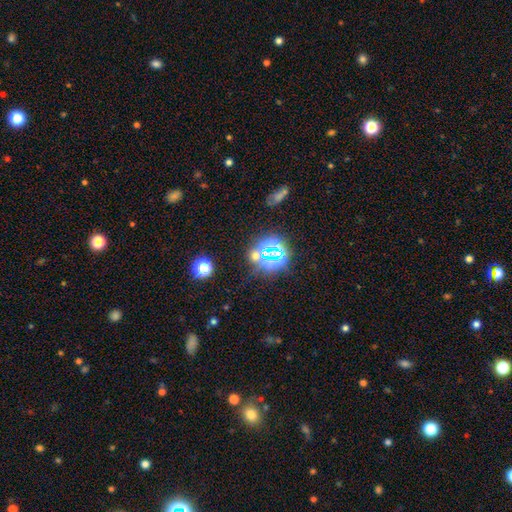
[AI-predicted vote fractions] A star or artifact, not a galaxy (61%).

Vote fractions:
- Smooth or featured? star or artifact: 61% / smooth: 30% / featured or disk: 9%